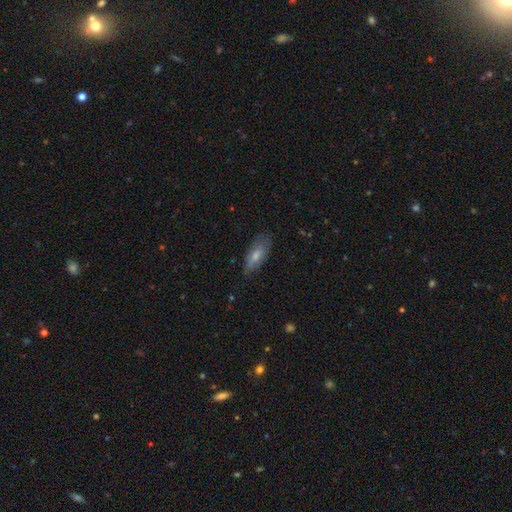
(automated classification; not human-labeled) This is possibly a smooth galaxy (51%). How rounded: likely in between (73%). Merging: likely none (73%).